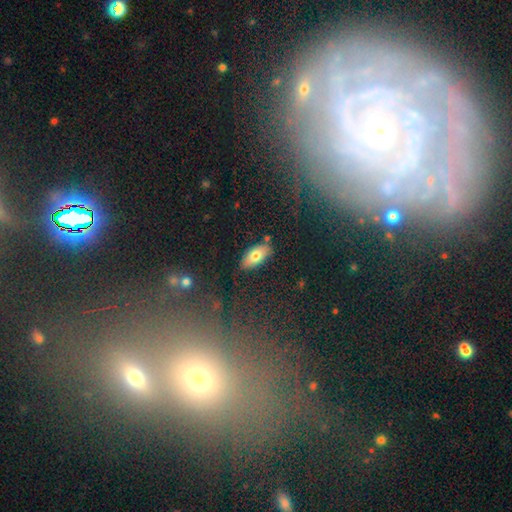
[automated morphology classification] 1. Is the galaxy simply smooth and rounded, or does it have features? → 75% smooth, 15% featured or disk, 10% star or artifact.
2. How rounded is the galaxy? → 89% in between, 7% cigar-shaped, 4% round.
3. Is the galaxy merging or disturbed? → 84% none, 11% minor disturbance, 3% major disturbance, 2% merger.